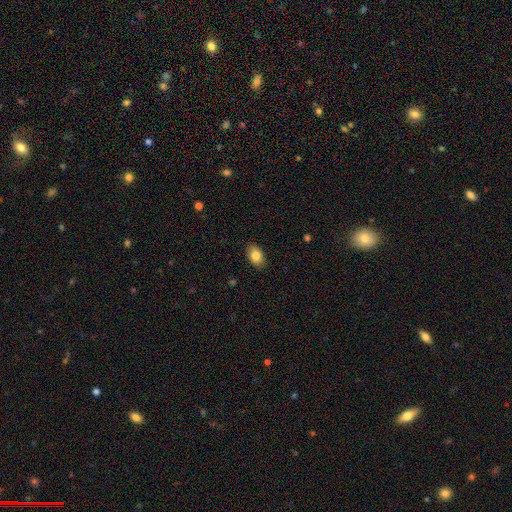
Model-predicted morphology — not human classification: Q: Smooth or featured?
A: smooth (84%); runner-up: featured or disk (9%)
Q: How rounded?
A: in between (88%); runner-up: round (11%)
Q: Merging?
A: none (89%); runner-up: minor disturbance (8%)